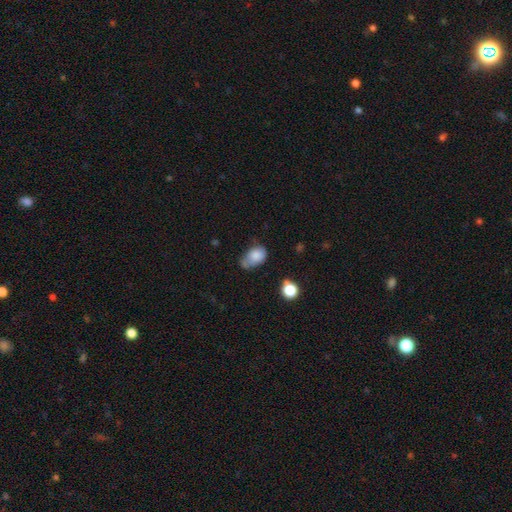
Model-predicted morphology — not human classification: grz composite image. It shows a smooth galaxy with no disk features (79%) that is in between round and cigar-shaped (77%). Merging: minor disturbance (37%).